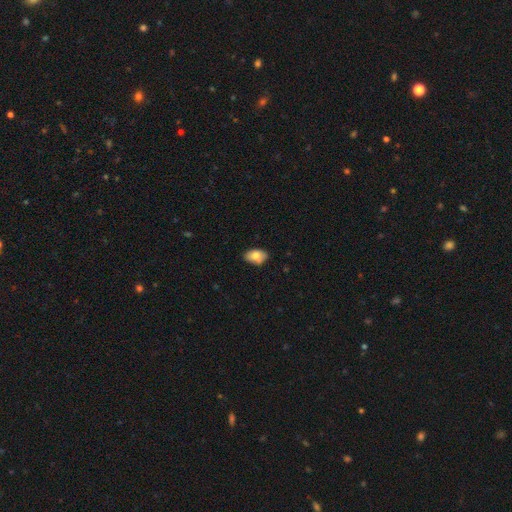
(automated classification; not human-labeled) This is likely a smooth galaxy (79%). How rounded: clearly in between (89%). Merging: likely none (80%).